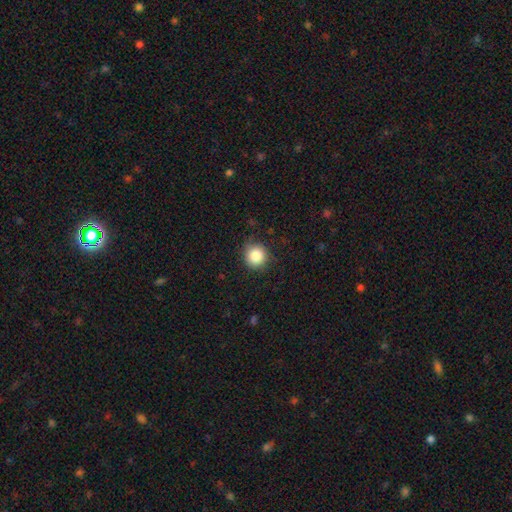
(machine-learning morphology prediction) smooth-or-featured: smooth: 85% | star or artifact: 10% | featured or disk: 5%
  how-rounded: round: 92% | in between: 7% | cigar-shaped: 1%
  merging: none: 85% | minor disturbance: 12% | major disturbance: 3% | merger: 1%